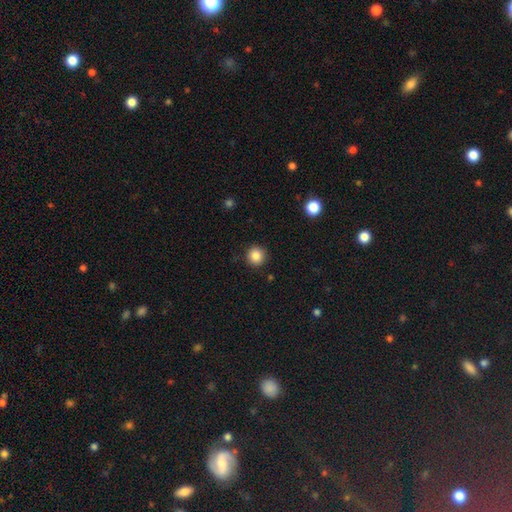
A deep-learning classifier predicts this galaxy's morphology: A smooth galaxy with no disk features (85%) that is round (95%). Merging: none (90%).